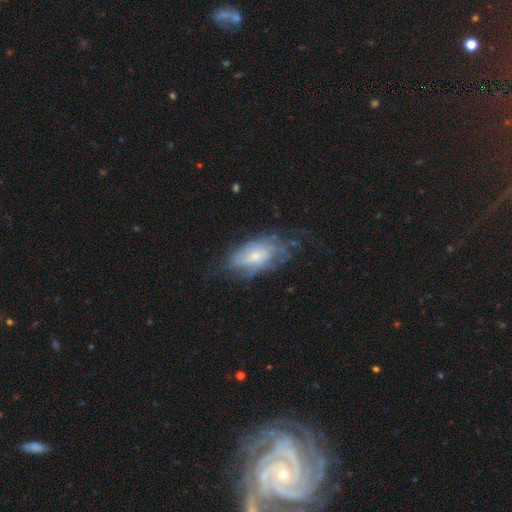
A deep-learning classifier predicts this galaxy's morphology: This is possibly a featured or disk galaxy (59%). It is clearly not viewed edge-on (90%). Bar: likely no (71%). Spiral arm pattern: likely yes (70%). Central bulge: possibly small (53%). Merging: possibly none (55%).